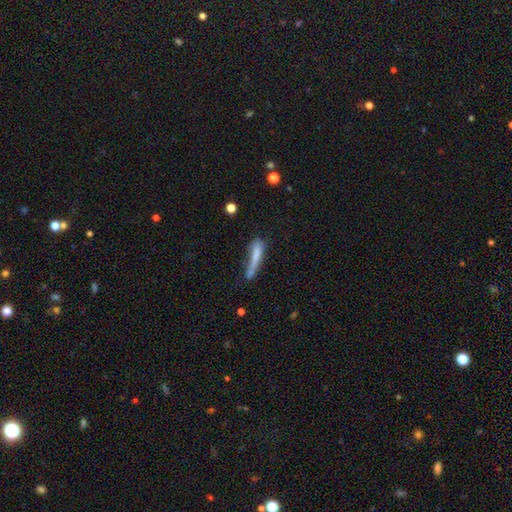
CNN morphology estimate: smooth_or_featured: smooth (p=0.69) [alt: featured or disk p=0.23]
how_rounded: cigar-shaped (p=0.88) [alt: in between p=0.11]
merging: none (p=0.41) [alt: minor disturbance p=0.28]